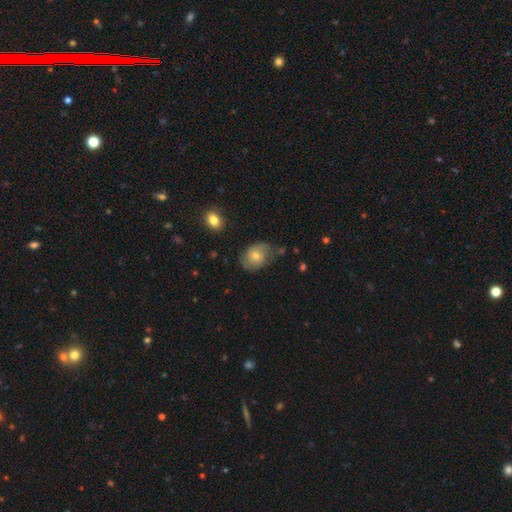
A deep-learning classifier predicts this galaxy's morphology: A smooth galaxy with no disk features (53%) that is in between round and cigar-shaped (63%). Merging: none (59%).